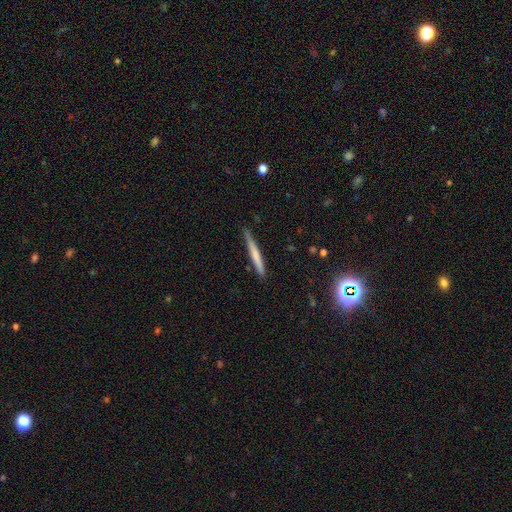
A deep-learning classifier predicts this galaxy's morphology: type=smooth (62%); roundness=cigar-shaped (96%); merging=none (82%).